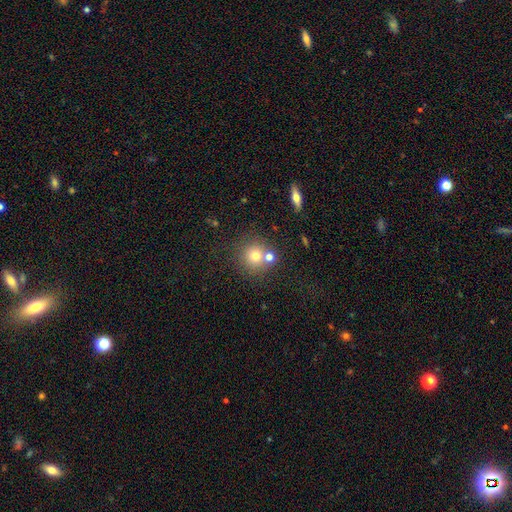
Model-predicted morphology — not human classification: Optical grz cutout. It shows a smooth galaxy with no disk features (71%) that is round (91%). Merging: none (64%).